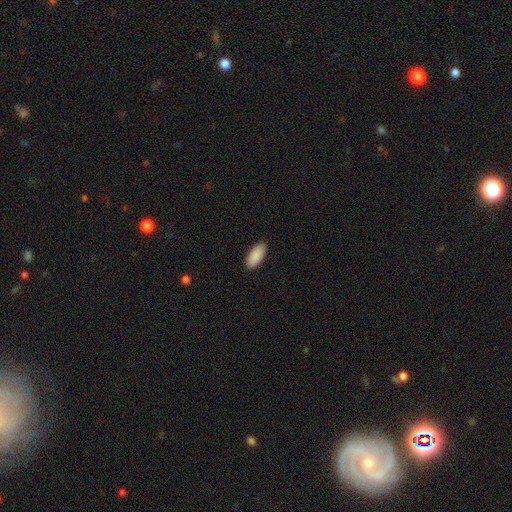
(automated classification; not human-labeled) A smooth galaxy with no disk features (91%) that is in between round and cigar-shaped (91%). Merging: none (90%).